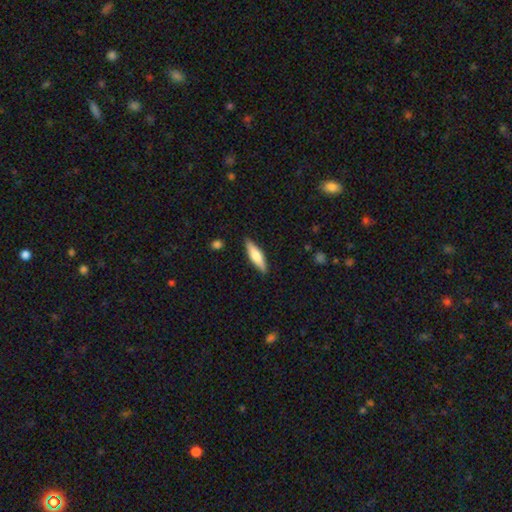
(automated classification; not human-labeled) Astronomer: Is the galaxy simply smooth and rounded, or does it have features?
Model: smooth — 63%.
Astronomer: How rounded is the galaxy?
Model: cigar-shaped — 70%.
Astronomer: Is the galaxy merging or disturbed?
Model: none — 88%.